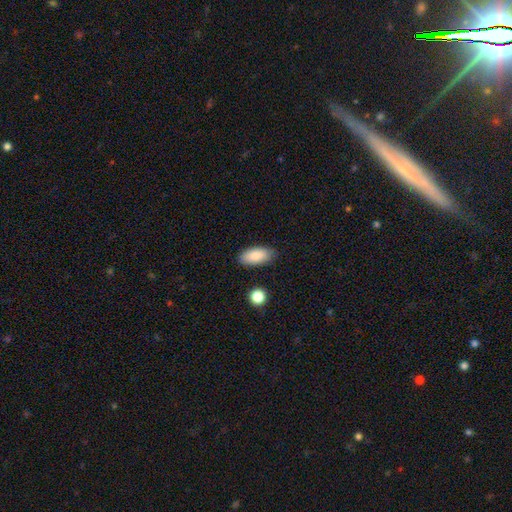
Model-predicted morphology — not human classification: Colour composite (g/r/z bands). It shows a smooth galaxy with no disk features (86%) that is in between round and cigar-shaped (90%). Merging: none (85%).